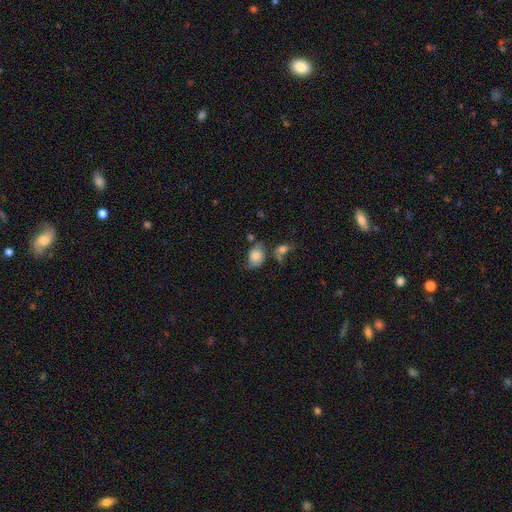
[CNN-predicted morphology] Smooth or featured: smooth — 61% (featured or disk — 30%)
How rounded: in between — 66% (round — 32%)
Merging: none — 36% (minor disturbance — 25%)